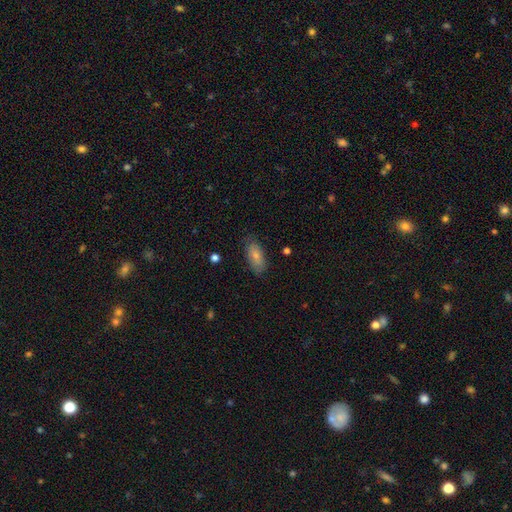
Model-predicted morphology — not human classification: Smooth or featured?
  - smooth: 77% *
  - featured or disk: 16%
  - star or artifact: 6%
How rounded?
  - in between: 88% *
  - cigar-shaped: 10%
  - round: 3%
Merging?
  - none: 77% *
  - minor disturbance: 18%
  - major disturbance: 4%
  - merger: 1%